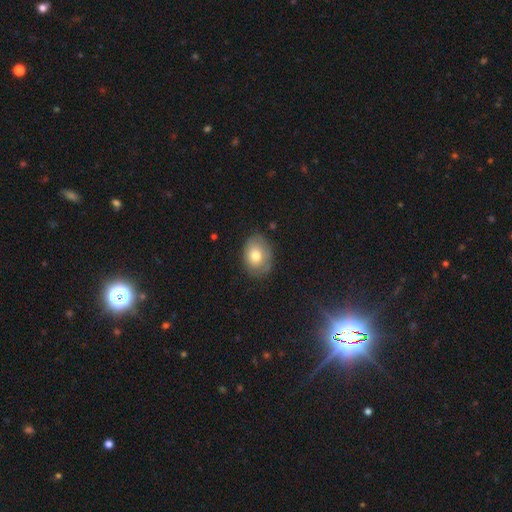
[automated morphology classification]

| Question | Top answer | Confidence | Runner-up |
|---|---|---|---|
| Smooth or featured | smooth | 68% | featured or disk (25%) |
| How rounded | in between | 68% | round (31%) |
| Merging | none | 74% | minor disturbance (20%) |